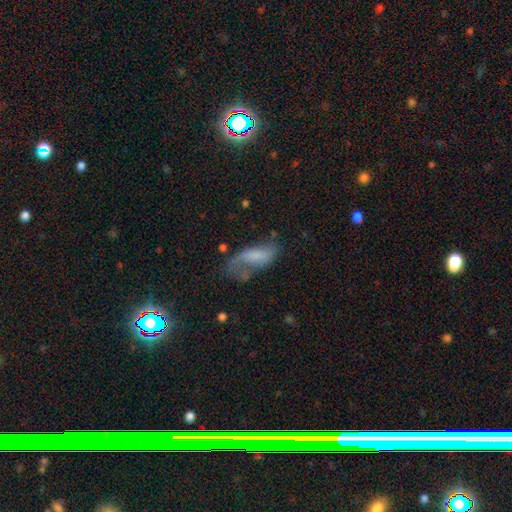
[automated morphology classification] Smooth or featured? smooth (51%)
How rounded? in between (75%)
Merging? none (34%)